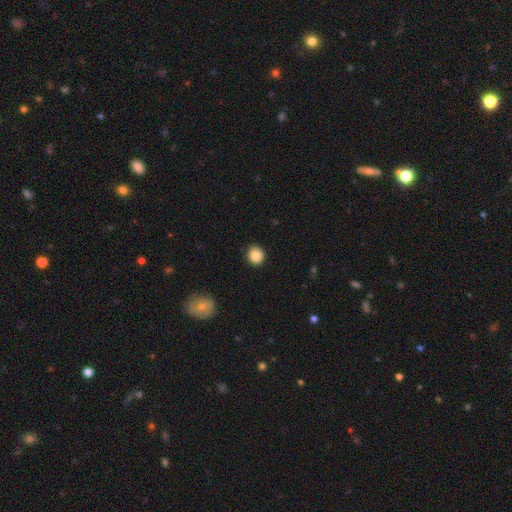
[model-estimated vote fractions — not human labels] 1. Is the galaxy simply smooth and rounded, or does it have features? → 87% smooth, 9% star or artifact, 4% featured or disk.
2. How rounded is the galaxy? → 81% round, 19% in between, 1% cigar-shaped.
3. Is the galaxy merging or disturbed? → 86% none, 11% minor disturbance, 2% major disturbance, 1% merger.